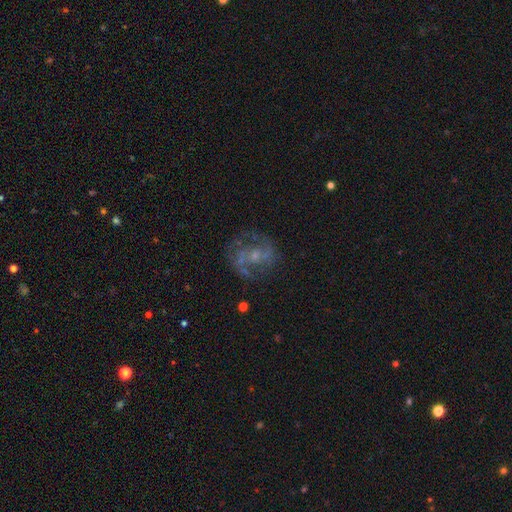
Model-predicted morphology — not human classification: Smooth or featured? featured or disk (76%)
Edge-on disk? no (98%)
Bar? no (53%)
Spiral arms? yes (86%)
Spiral winding? medium (52%)
Spiral arm count? 2 (76%)
Bulge size? small (59%)
Merging? none (65%)